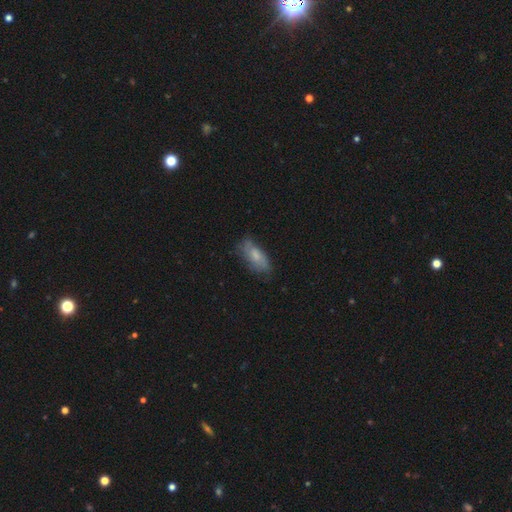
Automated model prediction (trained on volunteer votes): Overall: smooth (57%; featured or disk 35%). How rounded: in between (80%). Merging: none (62%; minor disturbance 27%).